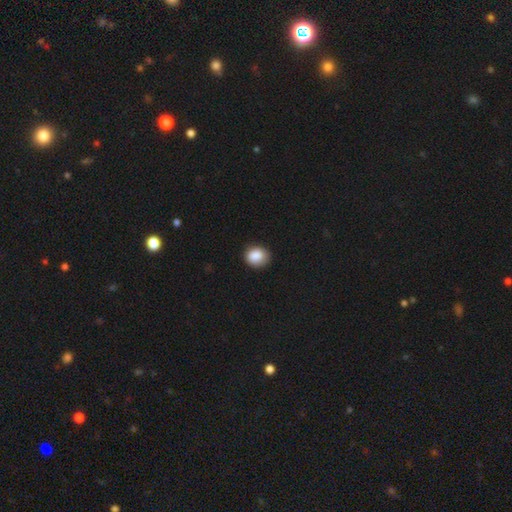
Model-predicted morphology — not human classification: smooth_or_featured: smooth (p=0.87) [alt: star or artifact p=0.08]
how_rounded: round (p=0.68) [alt: in between p=0.31]
merging: none (p=0.80) [alt: minor disturbance p=0.16]